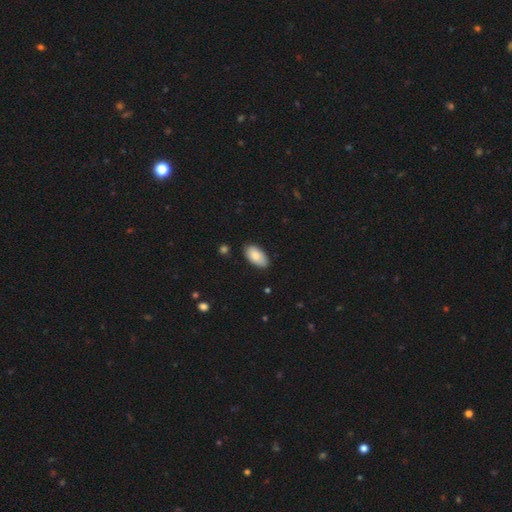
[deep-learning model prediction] Q: Smooth or featured?
A: smooth (87%); runner-up: featured or disk (7%)
Q: How rounded?
A: in between (95%); runner-up: round (2%)
Q: Merging?
A: none (85%); runner-up: minor disturbance (12%)